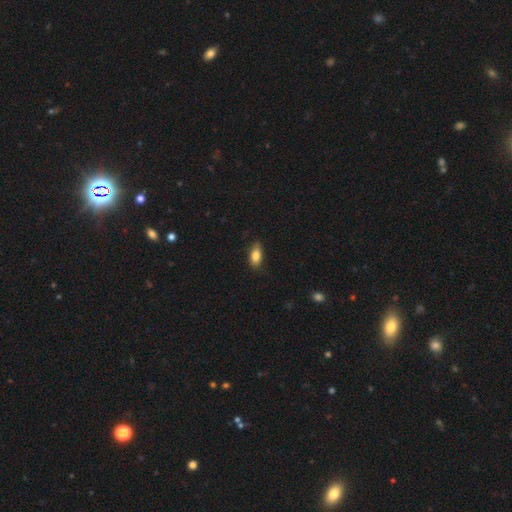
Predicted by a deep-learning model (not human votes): Smooth or featured: smooth — 84% (featured or disk — 8%)
How rounded: in between — 86% (cigar-shaped — 10%)
Merging: none — 80% (minor disturbance — 16%)